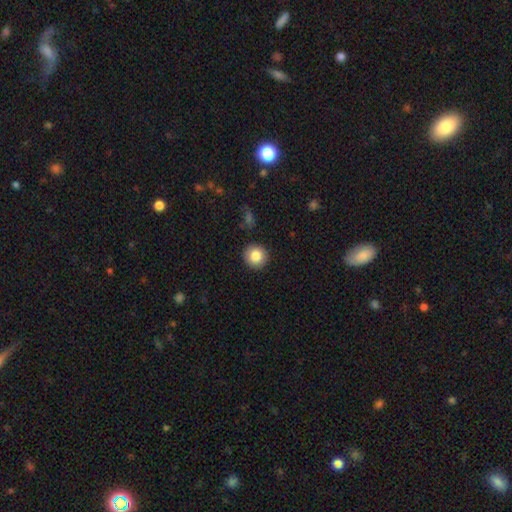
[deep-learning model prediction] Smooth or featured? smooth (84%)
How rounded? round (93%)
Merging? none (91%)